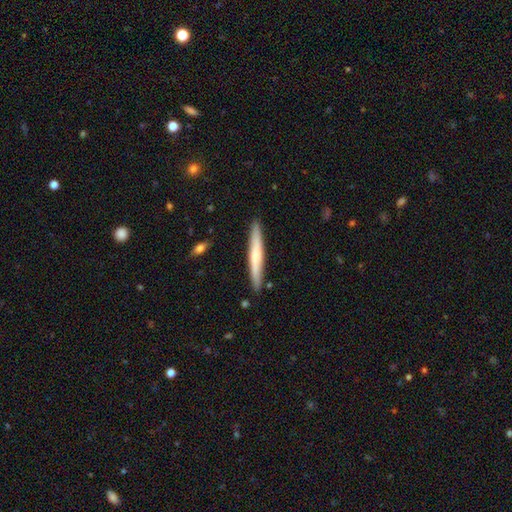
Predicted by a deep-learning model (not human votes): Smooth or featured? Predicted: smooth (p=0.55). How rounded? Predicted: cigar-shaped (p=0.96). Merging? Predicted: none (p=0.90).